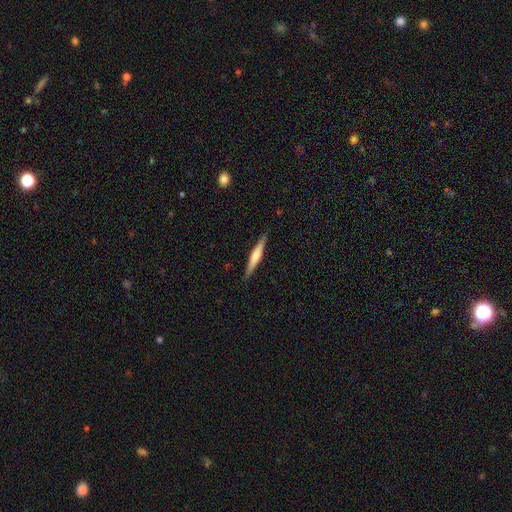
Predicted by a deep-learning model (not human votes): featured or disk 53%, smooth 41%, star or artifact 6%. Down the decision tree: edge-on disk — yes (97%); edge-on bulge — rounded (64%); merging — none (90%).